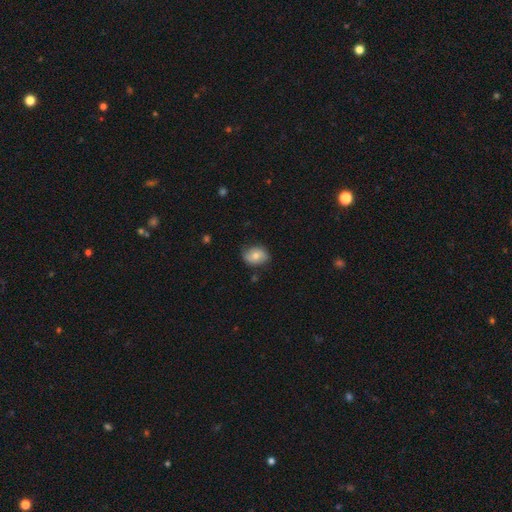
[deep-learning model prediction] Smooth or featured? Predicted: smooth (p=0.63). How rounded? Predicted: in between (p=0.66). Merging? Predicted: none (p=0.75).